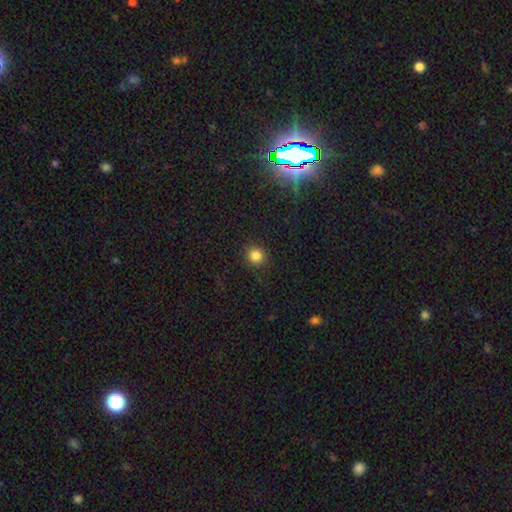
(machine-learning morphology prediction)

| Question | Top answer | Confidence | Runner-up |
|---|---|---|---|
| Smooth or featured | smooth | 84% | star or artifact (12%) |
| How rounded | round | 89% | in between (10%) |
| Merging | none | 91% | minor disturbance (6%) |